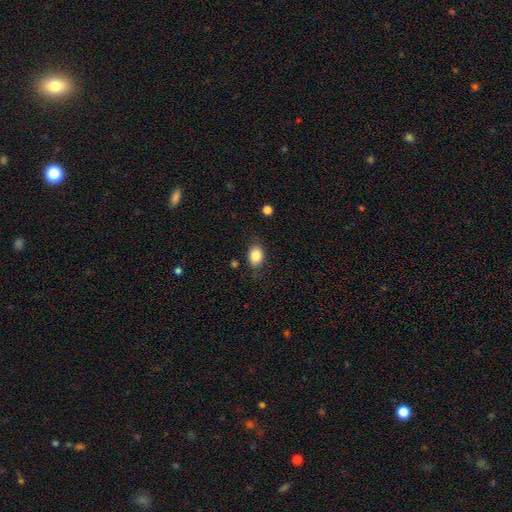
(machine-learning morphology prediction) This is clearly a smooth galaxy (84%). How rounded: likely in between (63%). Merging: likely none (78%).